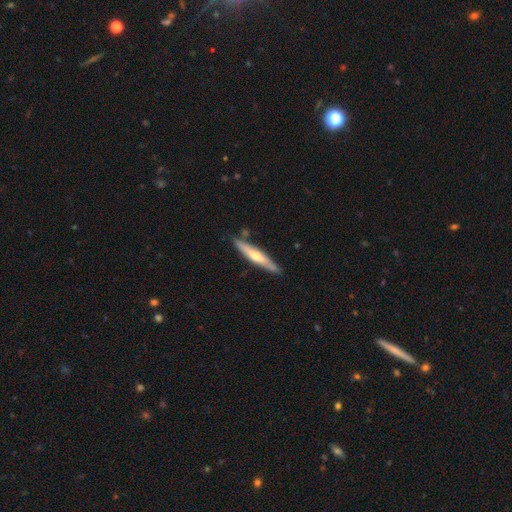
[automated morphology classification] A featured or disk galaxy (51%) viewed edge-on (90%). Merging: none (82%).